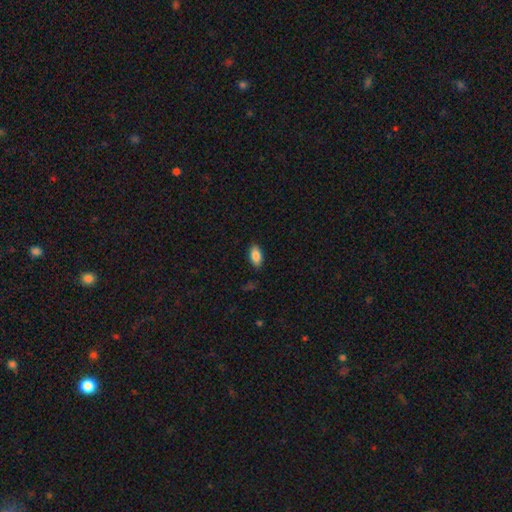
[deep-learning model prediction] Morphology: type=smooth (87%); roundness=in between (91%); merging=none (86%).